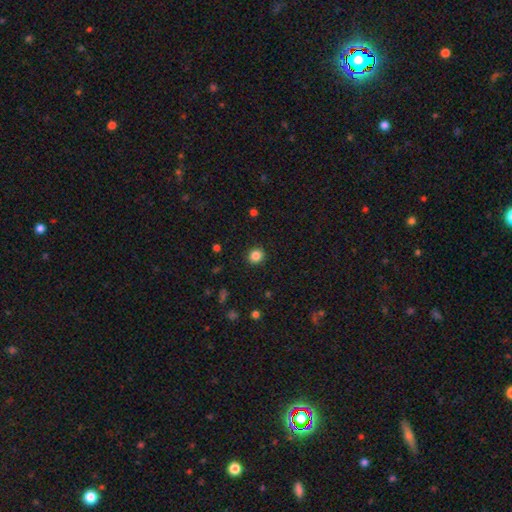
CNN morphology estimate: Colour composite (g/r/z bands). It shows a smooth galaxy with no disk features (86%) that is round (83%). Merging: none (91%).